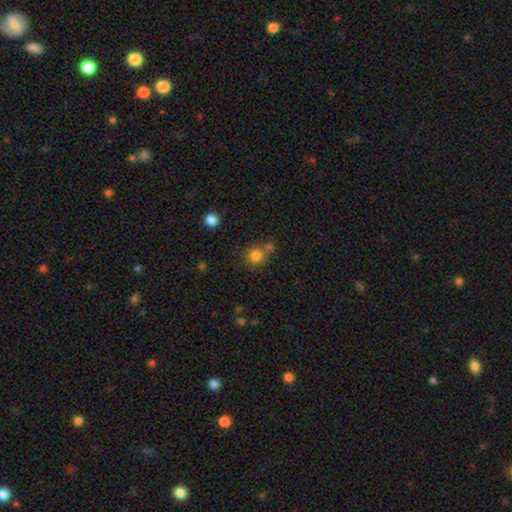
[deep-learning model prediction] The model was most divided on "merging": none: 63%, merger: 23%, minor disturbance: 11%, major disturbance: 4%. More confident: how rounded — round (87%); smooth or featured — smooth (80%).